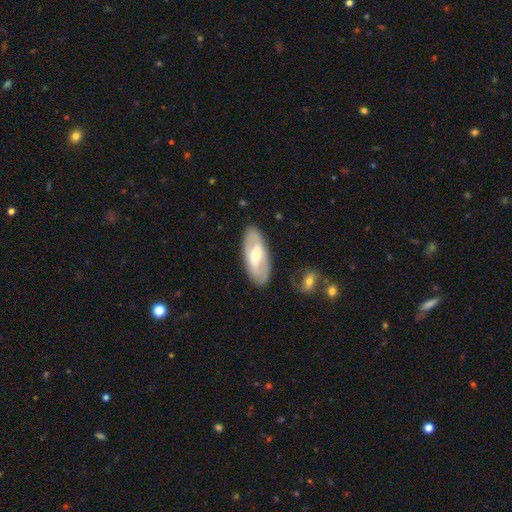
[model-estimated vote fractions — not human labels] Morphology: type=featured or disk (62%); edge-on=no (83%); bar=weak (37%, tied with strong); spiral arms=no (56%); bulge=moderate (66%); merging=none (86%).